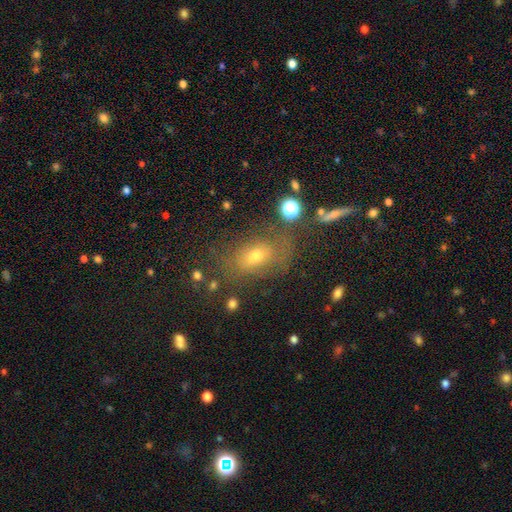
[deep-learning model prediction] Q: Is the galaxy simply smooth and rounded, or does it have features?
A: smooth — 54%.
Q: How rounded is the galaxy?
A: in between — 76%.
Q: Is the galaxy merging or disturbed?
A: none — 59%.